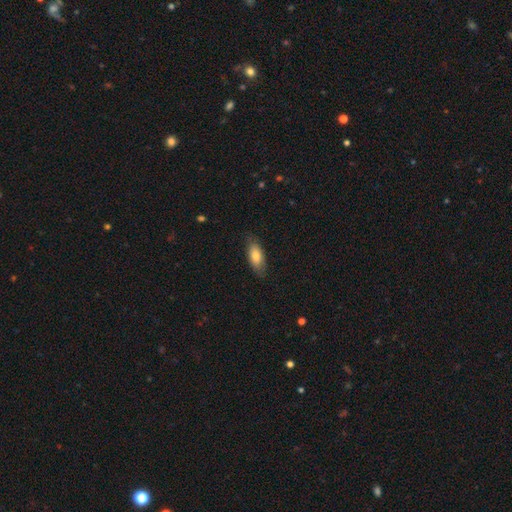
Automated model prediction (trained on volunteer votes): A smooth galaxy with no disk features (79%) that is in between round and cigar-shaped (81%). Merging: none (80%).